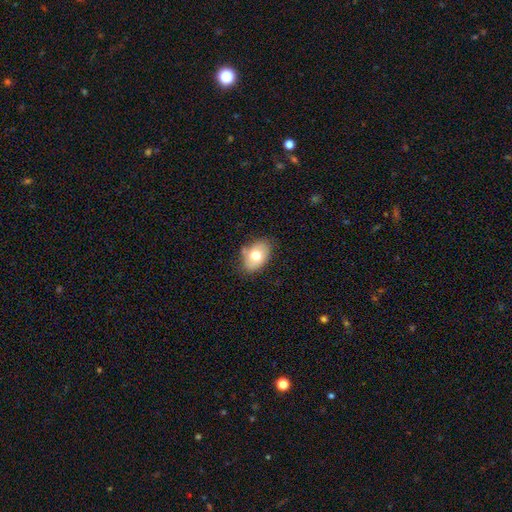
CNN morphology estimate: smooth_or_featured: smooth (p=0.71) [alt: featured or disk p=0.21]
how_rounded: in between (p=0.82) [alt: round p=0.17]
merging: none (p=0.72) [alt: minor disturbance p=0.20]